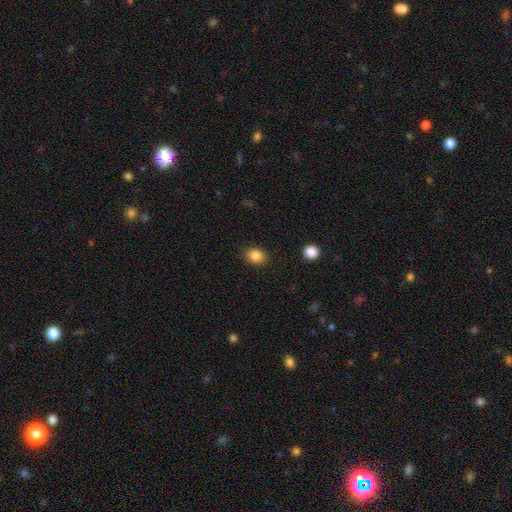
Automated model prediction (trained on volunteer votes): smooth_or_featured: smooth (p=0.85) [alt: star or artifact p=0.10]
how_rounded: in between (p=0.58) [alt: round p=0.41]
merging: none (p=0.87) [alt: minor disturbance p=0.09]